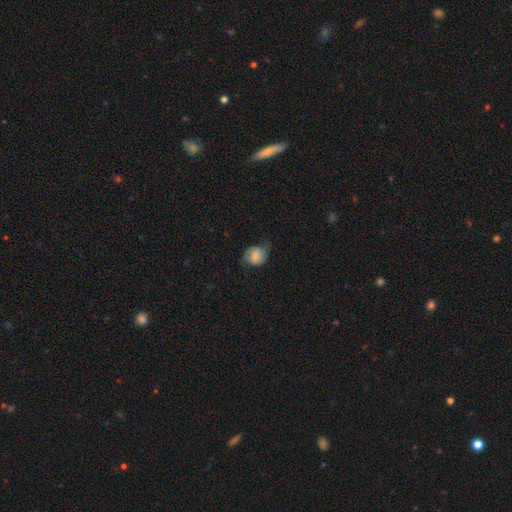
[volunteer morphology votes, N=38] Smooth or featured? smooth (61%)
How rounded? round (74%)
Merging? none (37%)